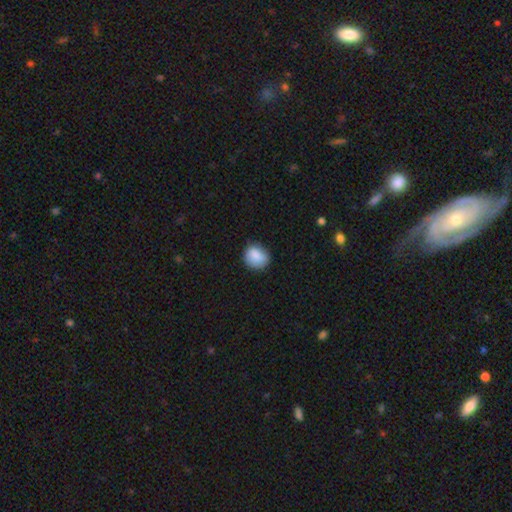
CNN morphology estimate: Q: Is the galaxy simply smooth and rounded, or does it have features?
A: smooth — 83%.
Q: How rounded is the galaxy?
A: round — 69%.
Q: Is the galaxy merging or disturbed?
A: none — 74%.